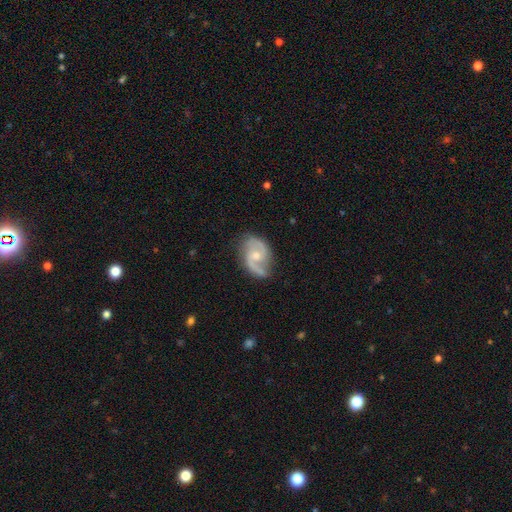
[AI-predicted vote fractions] smooth_or_featured: featured or disk (p=0.87) [alt: smooth p=0.09]
disk_edge_on: no (p=0.98) [alt: yes p=0.02]
bar: no (p=0.50) [alt: weak p=0.43]
has_spiral_arms: yes (p=0.96) [alt: no p=0.04]
spiral_winding: medium (p=0.53) [alt: loose p=0.30]
spiral_arm_count: 2 (p=0.91) [alt: can't tell p=0.03]
bulge_size: moderate (p=0.53) [alt: small p=0.40]
merging: none (p=0.74) [alt: minor disturbance p=0.18]